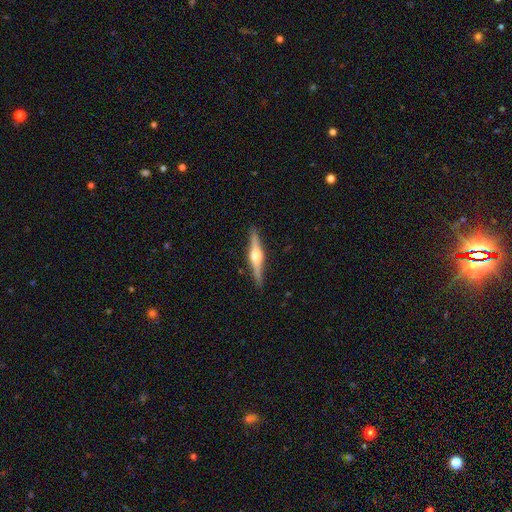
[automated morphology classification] smooth-or-featured: featured or disk: 79% | smooth: 16% | star or artifact: 5%
  disk-edge-on: yes: 98% | no: 2%
    edge-on-bulge: rounded: 91% | boxy: 7% | none: 2%
  merging: none: 91% | minor disturbance: 7% | major disturbance: 1% | merger: 1%